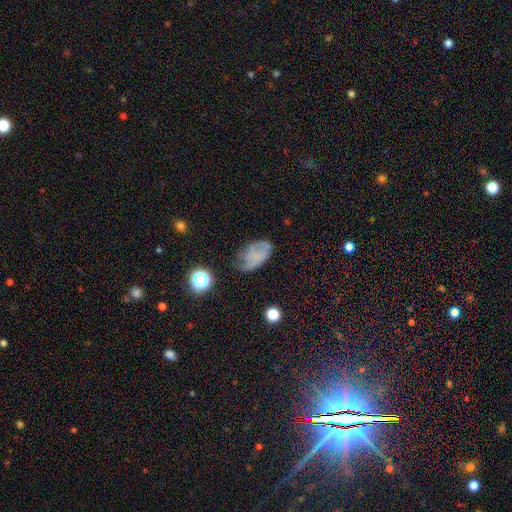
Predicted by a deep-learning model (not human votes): Smooth or featured? smooth (50%)
How rounded? in between (89%)
Merging? none (43%)